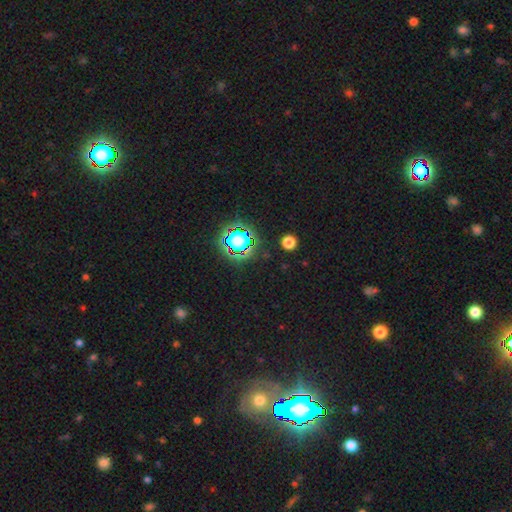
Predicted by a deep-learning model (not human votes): smooth_or_featured: star or artifact (p=0.82) [alt: smooth p=0.10]